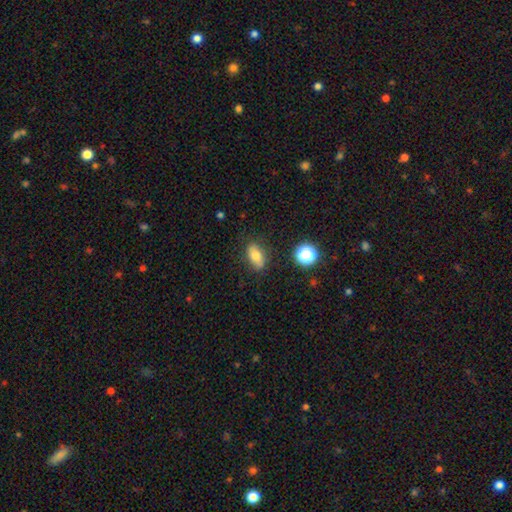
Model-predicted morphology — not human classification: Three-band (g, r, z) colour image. It shows a smooth galaxy with no disk features (68%) that is in between round and cigar-shaped (82%). Merging: none (79%).